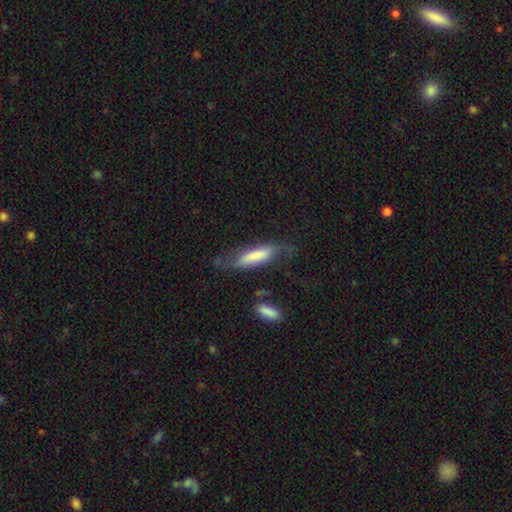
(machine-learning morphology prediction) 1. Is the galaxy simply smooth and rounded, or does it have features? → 60% smooth, 33% featured or disk, 7% star or artifact.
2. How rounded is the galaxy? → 62% cigar-shaped, 35% in between, 2% round.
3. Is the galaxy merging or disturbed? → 53% none, 25% minor disturbance, 17% major disturbance, 4% merger.